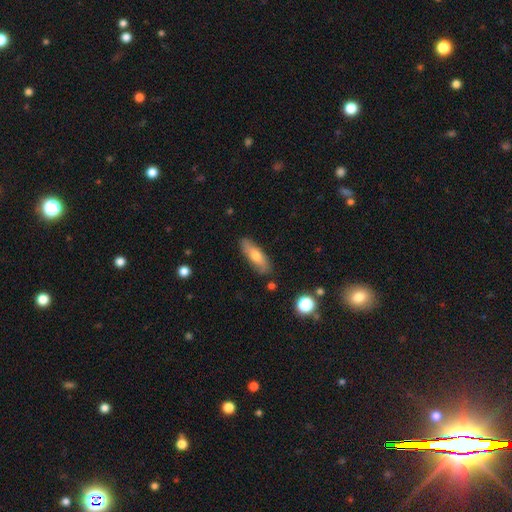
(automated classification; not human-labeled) This is likely a smooth galaxy (62%). How rounded: possibly cigar-shaped (50%). Merging: clearly none (83%).